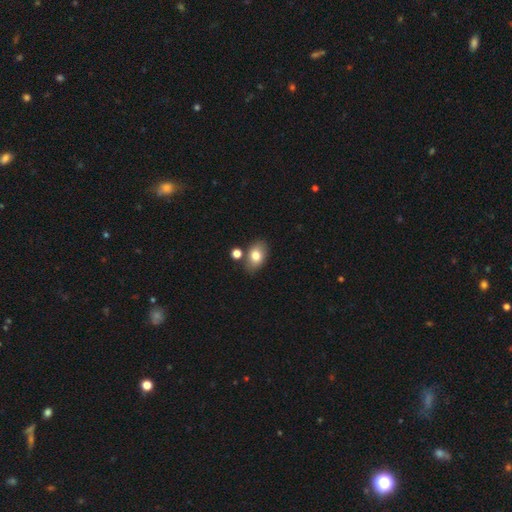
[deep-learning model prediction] smooth_or_featured: smooth (p=0.78) [alt: featured or disk p=0.13]
how_rounded: in between (p=0.82) [alt: round p=0.16]
merging: none (p=0.72) [alt: minor disturbance p=0.13]